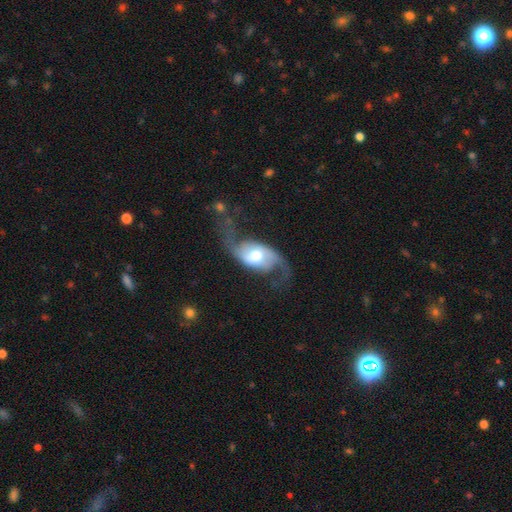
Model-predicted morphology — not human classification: Smooth or featured? featured or disk (83%)
Edge-on disk? no (95%)
Bar? no (48%)
Spiral arms? yes (93%)
Spiral winding? loose (81%)
Spiral arm count? 2 (93%)
Bulge size? moderate (61%)
Merging? none (58%)